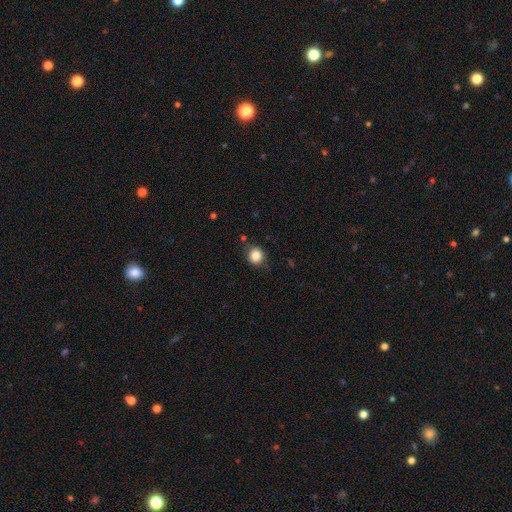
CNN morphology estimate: This appears to be a smooth galaxy with no disk features (85%) that is round (81%). Merging: none (82%).